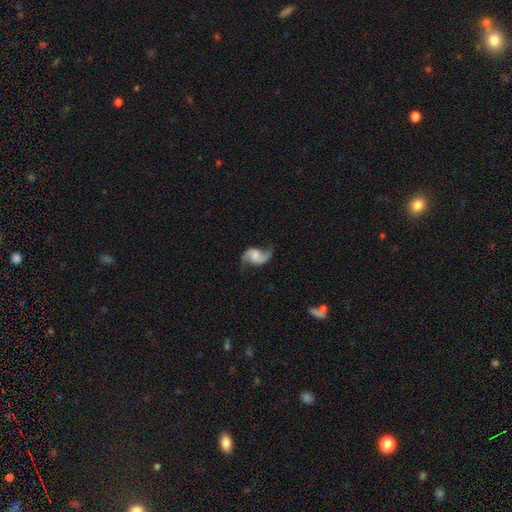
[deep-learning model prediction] smooth-or-featured: featured or disk: 83% | smooth: 11% | star or artifact: 6%
  disk-edge-on: no: 98% | yes: 2%
    bar: no: 53% | weak: 38% | strong: 10%
    has-spiral-arms: yes: 96% | no: 4%
      spiral-winding: loose: 71% | medium: 24% | tight: 5%
      spiral-arm-count: 2: 92% | 1: 3% | can't tell: 2% | 3: 1% | 4: 1% | more than 4: 1%
    bulge-size: moderate: 30% | small: 28% | none: 26% | large: 13% | dominant: 3%
  merging: none: 73% | minor disturbance: 17% | major disturbance: 9% | merger: 2%